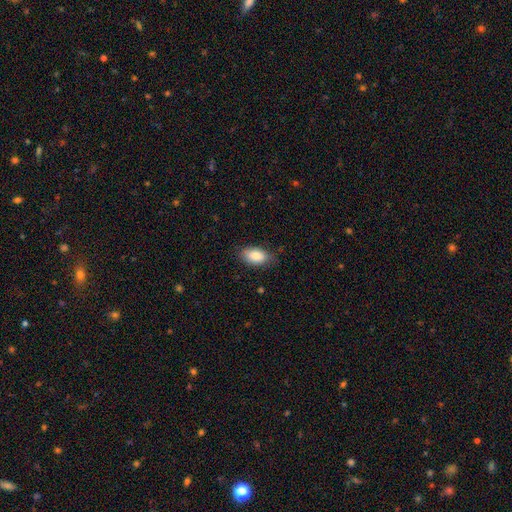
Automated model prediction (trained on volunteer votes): A smooth galaxy with no disk features (86%) that is in between round and cigar-shaped (92%).

Vote fractions:
- Smooth or featured? smooth: 86% / featured or disk: 8% / star or artifact: 7%
- How rounded? in between: 92% / round: 5% / cigar-shaped: 3%
- Merging? none: 78% / minor disturbance: 18% / major disturbance: 3% / merger: 1%